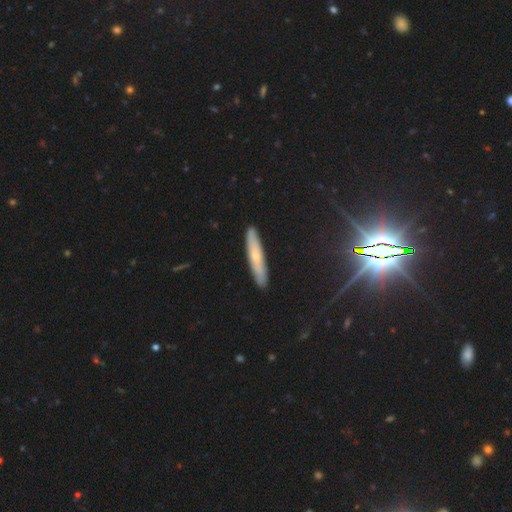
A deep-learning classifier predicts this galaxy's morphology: A smooth galaxy with no disk features (49%).

Vote fractions:
- Smooth or featured? smooth: 49% / featured or disk: 43% / star or artifact: 8%
- Merging? none: 89% / minor disturbance: 9% / major disturbance: 2% / merger: 1%